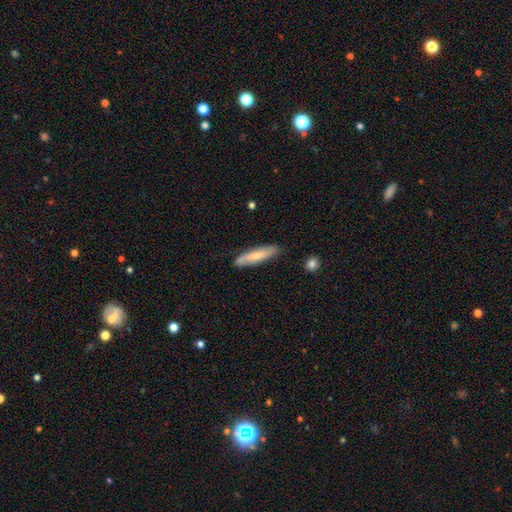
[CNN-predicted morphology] Smooth or featured: smooth — 60% (featured or disk — 34%)
How rounded: cigar-shaped — 78% (in between — 20%)
Merging: none — 81% (minor disturbance — 14%)